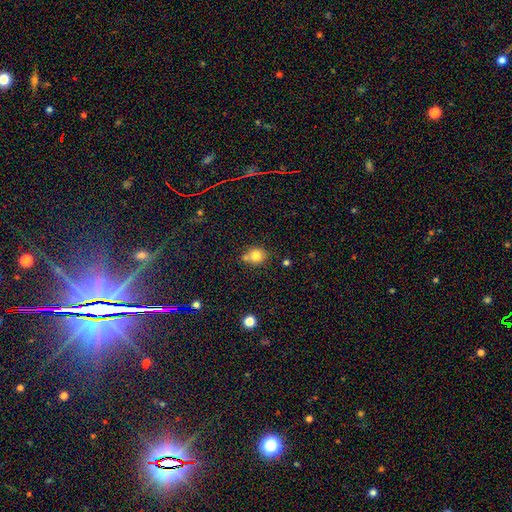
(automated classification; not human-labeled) Morphology: type=smooth (79%); roundness=round (81%); merging=none (60%).